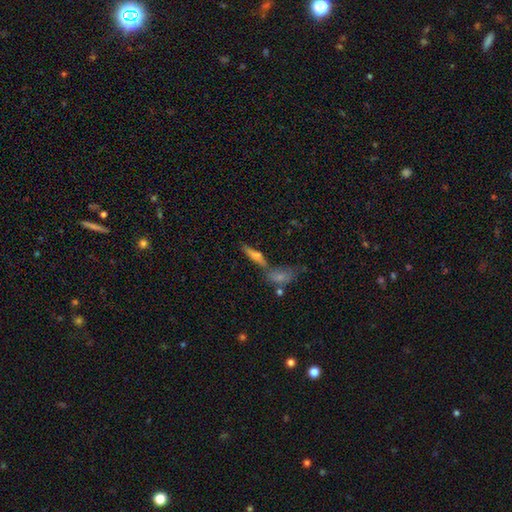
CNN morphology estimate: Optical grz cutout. It shows a featured or disk galaxy (47%). Merging: none (48%).